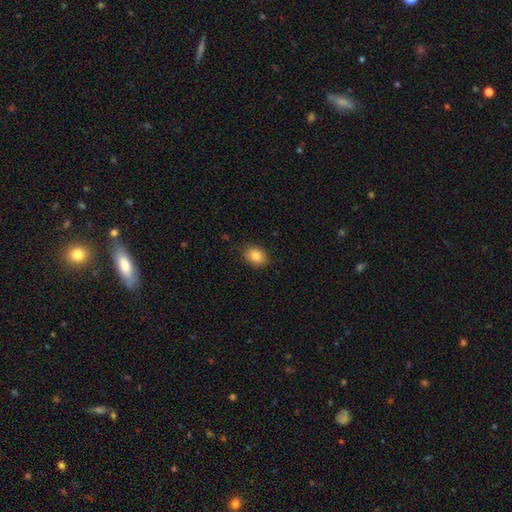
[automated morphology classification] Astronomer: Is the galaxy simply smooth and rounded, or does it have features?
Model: smooth — 84%.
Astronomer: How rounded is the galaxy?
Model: in between — 63%.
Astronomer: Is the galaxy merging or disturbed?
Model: none — 86%.